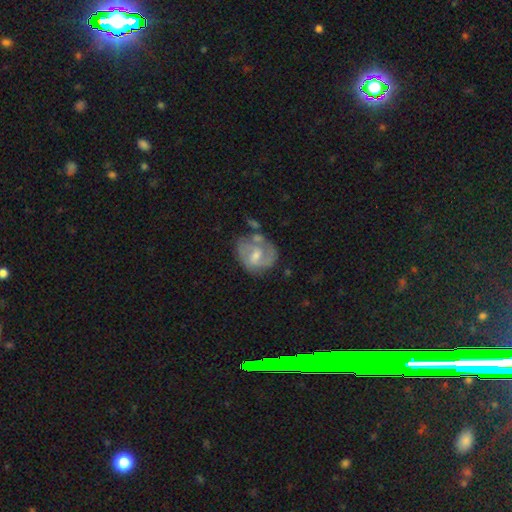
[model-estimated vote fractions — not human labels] This is likely a featured or disk galaxy (68%). It is clearly not viewed edge-on (97%). Bar: possibly weak (52%). Spiral arm pattern: likely yes (79%). Spiral arm count: possibly 2 (59%). Spiral winding: marginally medium (44%). Central bulge: possibly moderate (52%). Merging: possibly none (53%).